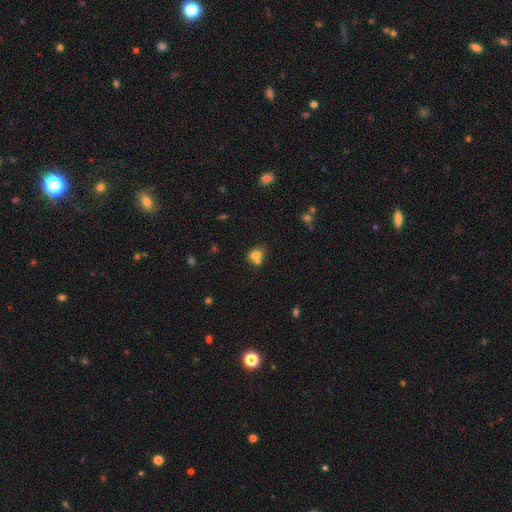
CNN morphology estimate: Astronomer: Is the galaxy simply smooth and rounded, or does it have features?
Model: smooth — 73%.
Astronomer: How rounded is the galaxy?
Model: round — 64%.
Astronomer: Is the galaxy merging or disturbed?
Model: merger — 48% (runner-up: none, 38%).